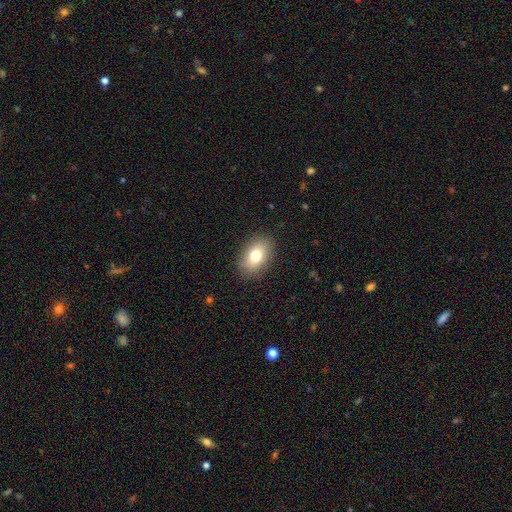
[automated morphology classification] Overall: smooth (78%). How rounded: in between (86%). Merging: none (87%).